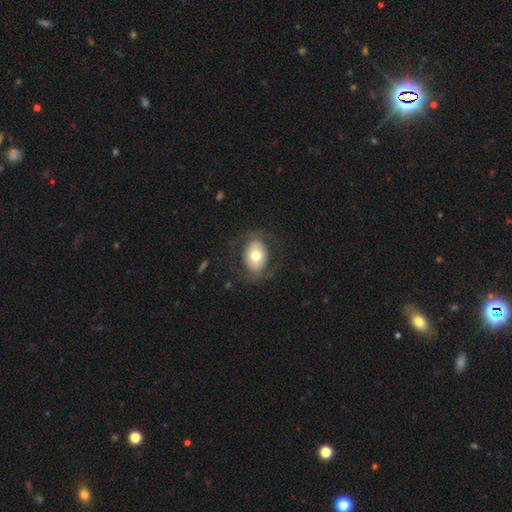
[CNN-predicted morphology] A smooth galaxy with no disk features (60%) that is in between round and cigar-shaped (64%). Merging: none (72%).